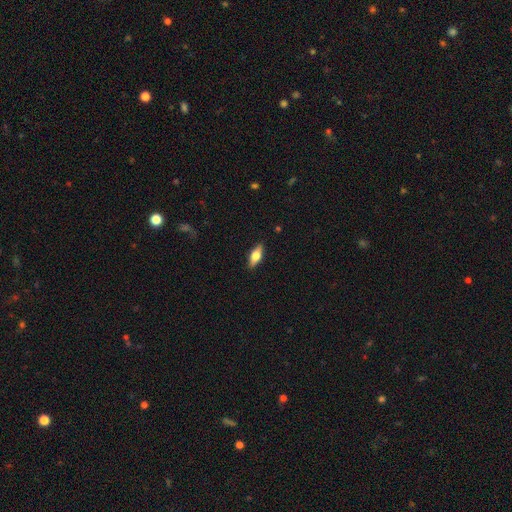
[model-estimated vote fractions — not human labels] Smooth or featured? Predicted: smooth (p=0.52). How rounded? Predicted: in between (p=0.68). Merging? Predicted: none (p=0.89).